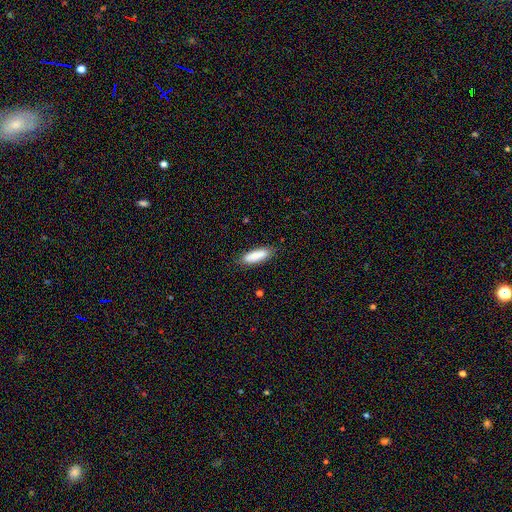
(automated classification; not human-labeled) Smooth or featured: smooth — 86% (featured or disk — 8%)
How rounded: in between — 52% (cigar-shaped — 47%)
Merging: none — 83% (minor disturbance — 13%)